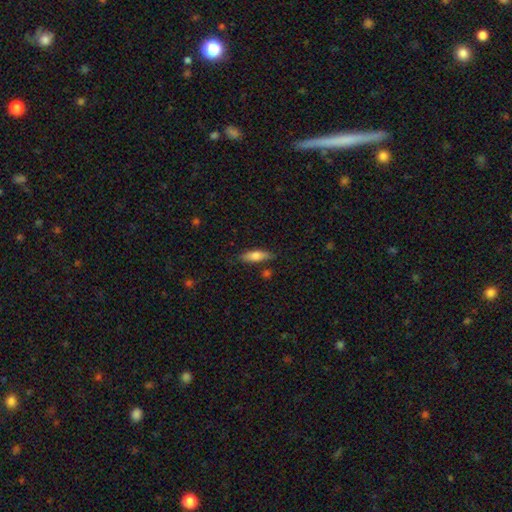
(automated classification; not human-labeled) Smooth or featured?
  - smooth: 69% *
  - featured or disk: 25%
  - star or artifact: 7%
How rounded?
  - cigar-shaped: 52% *
  - in between: 45%
  - round: 2%
Merging?
  - none: 79% *
  - minor disturbance: 14%
  - merger: 4%
  - major disturbance: 3%